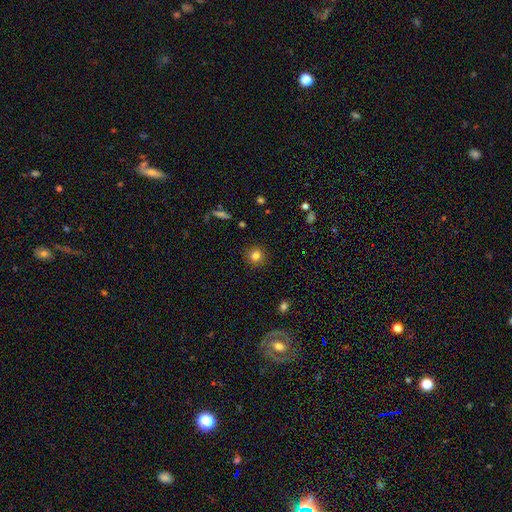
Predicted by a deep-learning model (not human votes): Smooth or featured: smooth — 81% (star or artifact — 12%)
How rounded: round — 91% (in between — 8%)
Merging: none — 90% (minor disturbance — 7%)